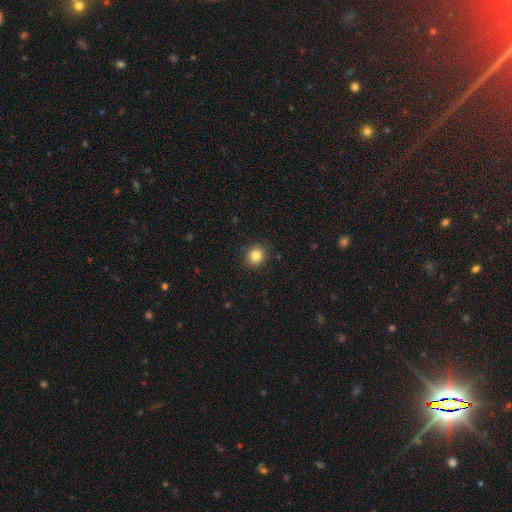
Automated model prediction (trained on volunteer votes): Smooth or featured: smooth — 83% (star or artifact — 11%)
How rounded: round — 83% (in between — 16%)
Merging: none — 90% (minor disturbance — 7%)